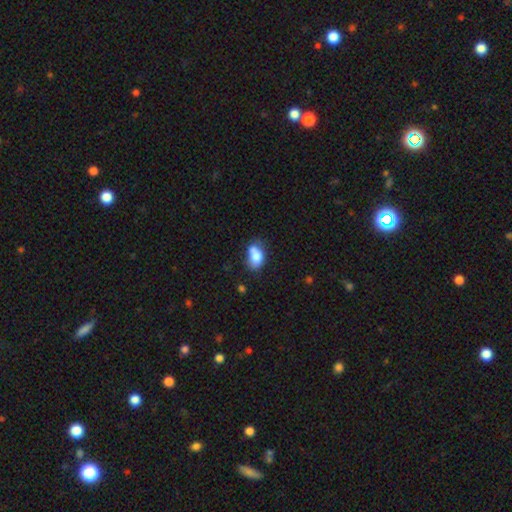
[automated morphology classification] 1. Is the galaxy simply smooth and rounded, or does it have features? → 78% smooth, 13% featured or disk, 9% star or artifact.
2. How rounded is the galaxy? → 84% in between, 14% round, 2% cigar-shaped.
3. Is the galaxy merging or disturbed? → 42% none, 28% minor disturbance, 21% merger, 10% major disturbance.